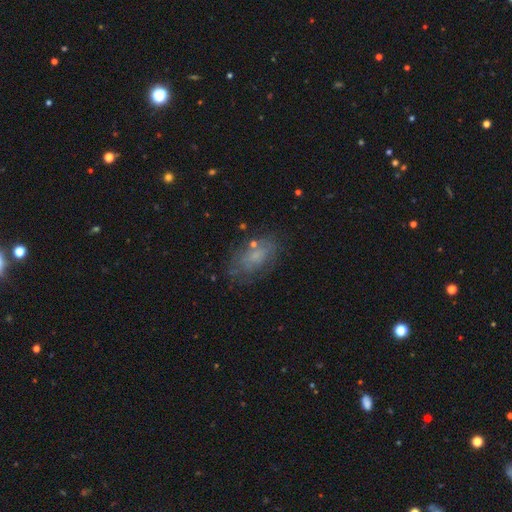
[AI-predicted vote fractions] This appears to be a smooth galaxy with no disk features (49%). Merging: none (63%).